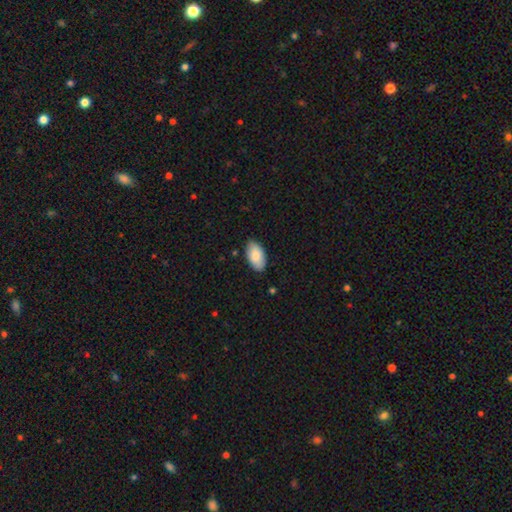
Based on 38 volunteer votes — Volunteers were most divided on "merging": none: 66%, minor disturbance: 31%, major disturbance: 3%, merger: 0%. More confident: how rounded — in between (94%); smooth or featured — smooth (87%).